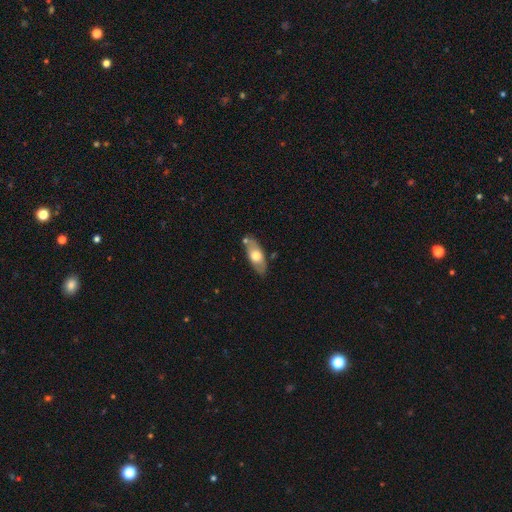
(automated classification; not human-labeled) Morphology: type=smooth (57%); roundness=in between (78%); merging=none (76%).